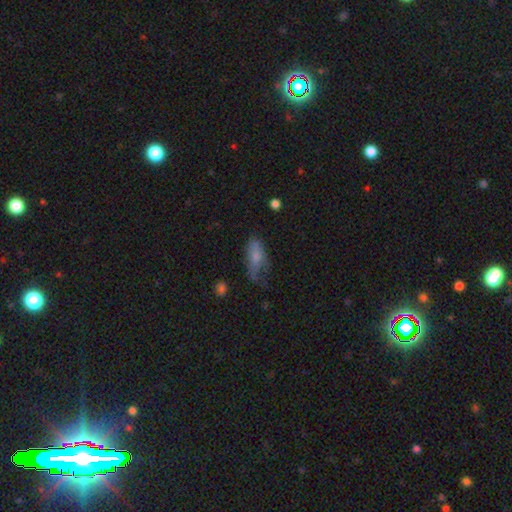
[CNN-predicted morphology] A smooth galaxy with no disk features (67%) that is in between round and cigar-shaped (78%). Merging: none (33%).